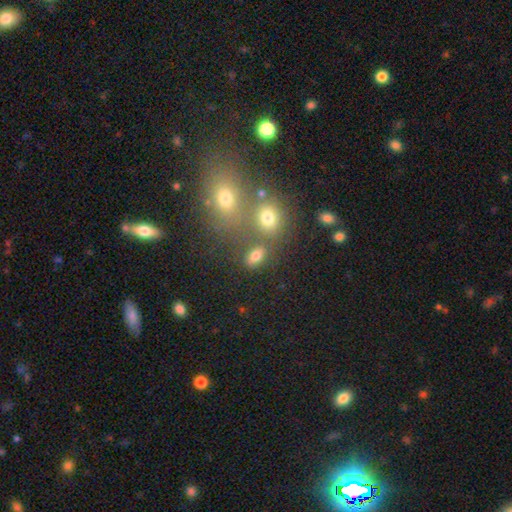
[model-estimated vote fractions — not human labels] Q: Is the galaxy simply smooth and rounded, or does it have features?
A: smooth — 74%.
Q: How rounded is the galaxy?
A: in between — 79%.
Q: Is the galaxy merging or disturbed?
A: none — 69%.